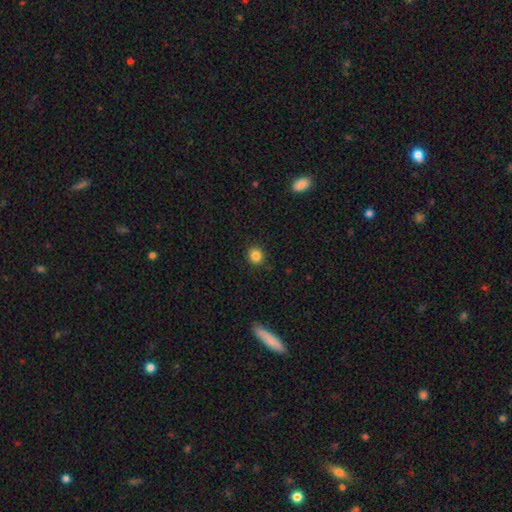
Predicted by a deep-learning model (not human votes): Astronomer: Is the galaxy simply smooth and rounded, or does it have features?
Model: smooth — 85%.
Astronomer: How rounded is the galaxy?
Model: round — 87%.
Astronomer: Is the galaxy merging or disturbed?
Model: none — 91%.